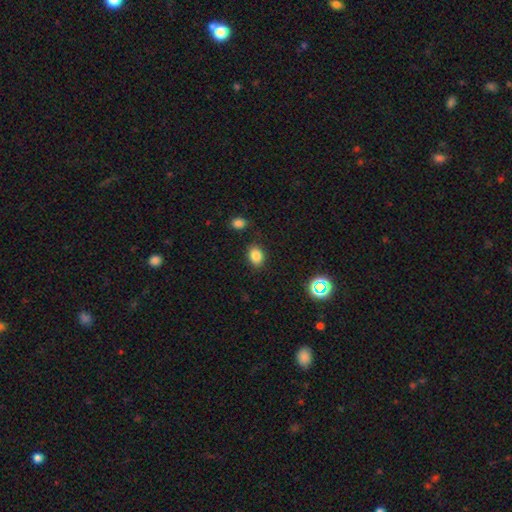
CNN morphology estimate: Q: Smooth or featured?
A: smooth (83%); runner-up: star or artifact (12%)
Q: How rounded?
A: in between (65%); runner-up: round (34%)
Q: Merging?
A: none (83%); runner-up: minor disturbance (10%)